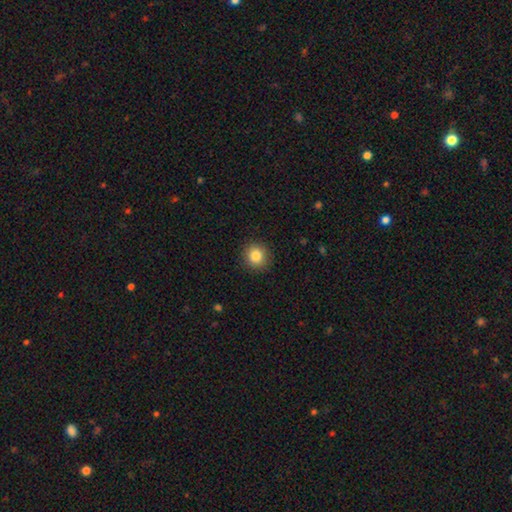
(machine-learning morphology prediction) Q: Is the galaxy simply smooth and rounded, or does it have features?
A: smooth — 84%.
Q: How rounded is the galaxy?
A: round — 92%.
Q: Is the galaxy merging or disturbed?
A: none — 91%.